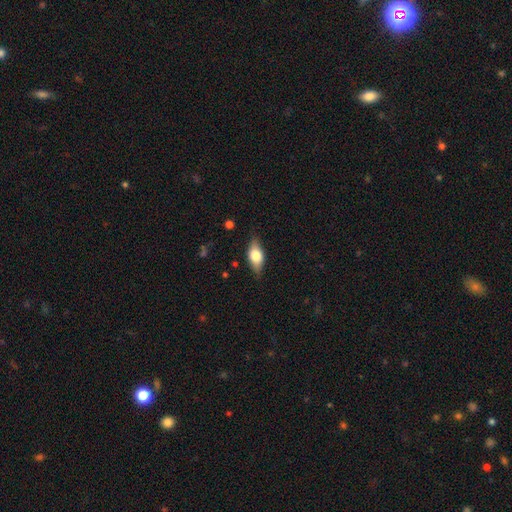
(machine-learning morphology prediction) The model was most divided on "smooth or featured": smooth: 60%, featured or disk: 33%, star or artifact: 7%. More confident: how rounded — in between (82%); merging — none (81%).